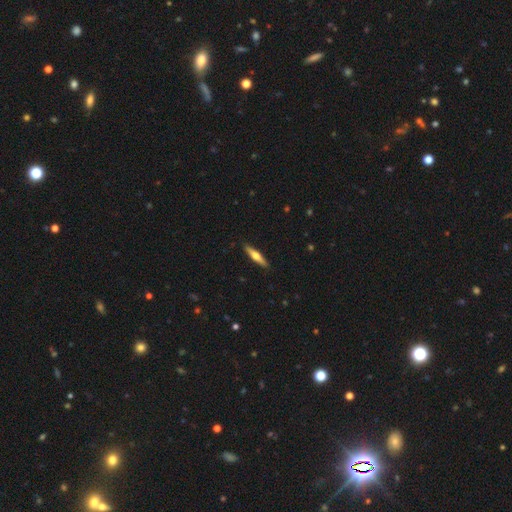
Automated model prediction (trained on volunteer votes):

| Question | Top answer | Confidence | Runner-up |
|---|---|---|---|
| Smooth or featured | featured or disk | 54% | smooth (41%) |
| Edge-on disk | yes | 96% | no (4%) |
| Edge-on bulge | rounded | 90% | boxy (5%) |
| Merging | none | 90% | minor disturbance (7%) |